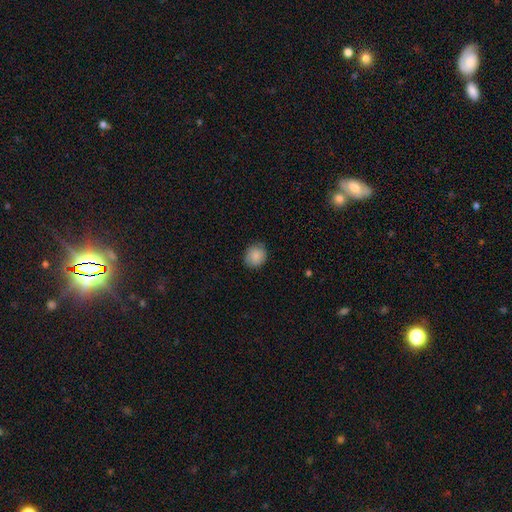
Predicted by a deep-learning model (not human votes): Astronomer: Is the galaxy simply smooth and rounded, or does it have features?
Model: smooth — 84%.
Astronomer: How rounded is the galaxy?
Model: round — 76%.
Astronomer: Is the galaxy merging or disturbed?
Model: none — 82%.